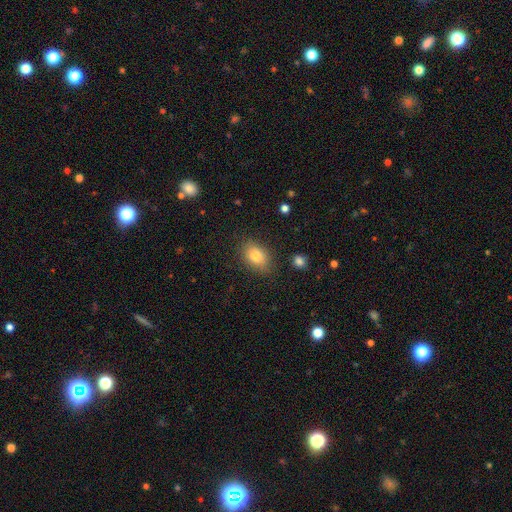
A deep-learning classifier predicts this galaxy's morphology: This appears to be a smooth galaxy with no disk features (82%) that is in between round and cigar-shaped (84%). Merging: none (81%).